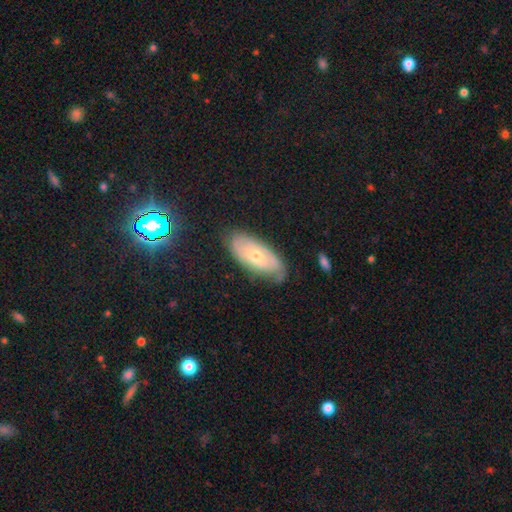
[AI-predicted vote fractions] Morphology: type=featured or disk (60%); edge-on=no (87%); bar=no (74%); spiral arms=yes (71%); bulge=moderate (49%); merging=none (68%).